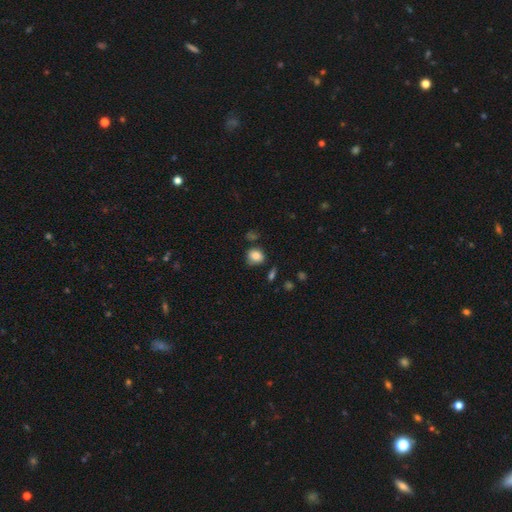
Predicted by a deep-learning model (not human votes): smooth-or-featured: smooth: 83% | star or artifact: 10% | featured or disk: 7%
  how-rounded: round: 70% | in between: 29% | cigar-shaped: 1%
  merging: none: 74% | minor disturbance: 18% | merger: 4% | major disturbance: 4%